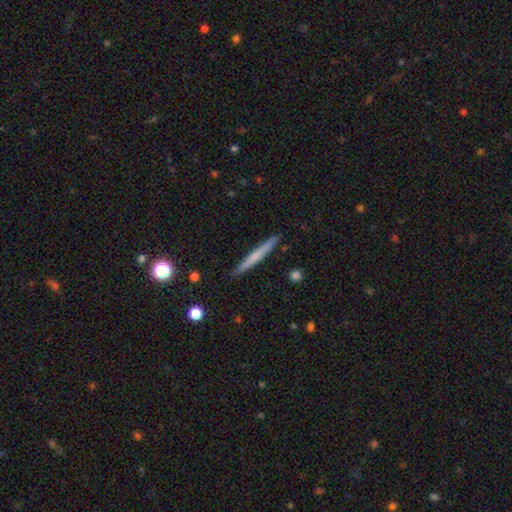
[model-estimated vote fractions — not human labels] This appears to be a smooth galaxy with no disk features (57%) that is cigar-shaped (96%). Merging: none (91%).